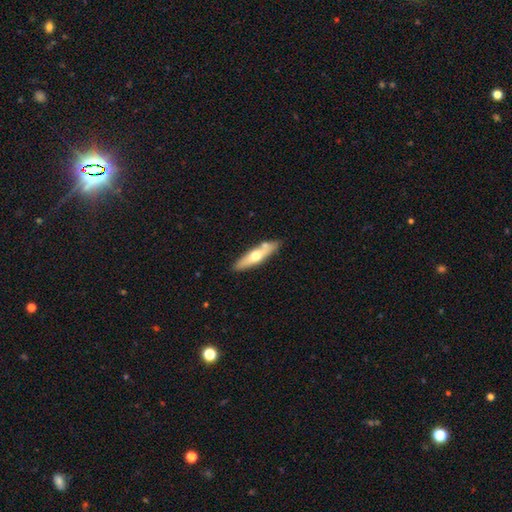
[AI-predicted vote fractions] This is possibly a smooth galaxy (51%). How rounded: likely cigar-shaped (74%). Merging: likely none (77%).